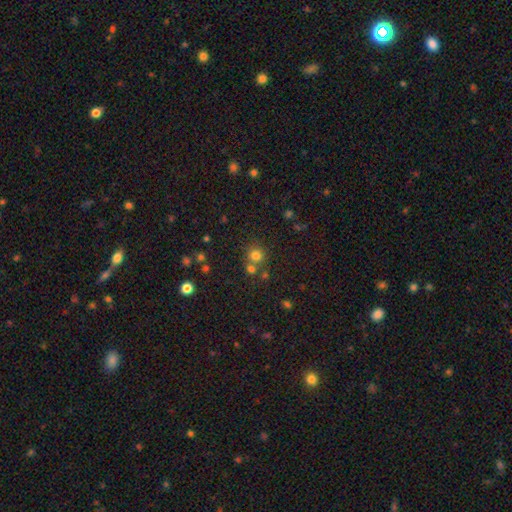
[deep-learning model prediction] smooth-or-featured: smooth: 75% | star or artifact: 18% | featured or disk: 7%
  how-rounded: round: 90% | in between: 9% | cigar-shaped: 1%
  merging: none: 64% | merger: 25% | minor disturbance: 8% | major disturbance: 3%